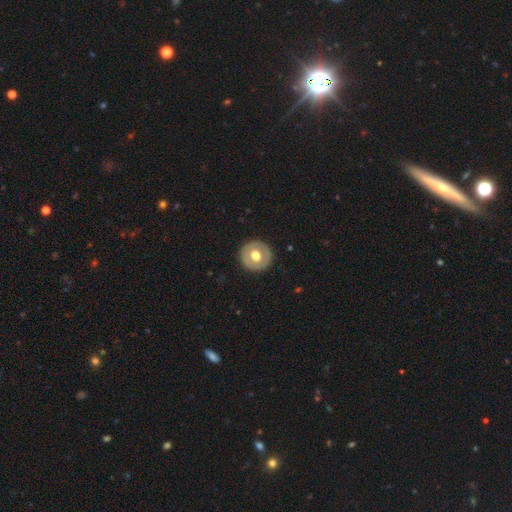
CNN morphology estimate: The model was most divided on "smooth or featured": smooth: 55%, featured or disk: 39%, star or artifact: 6%. More confident: how rounded — round (94%); merging — none (90%).